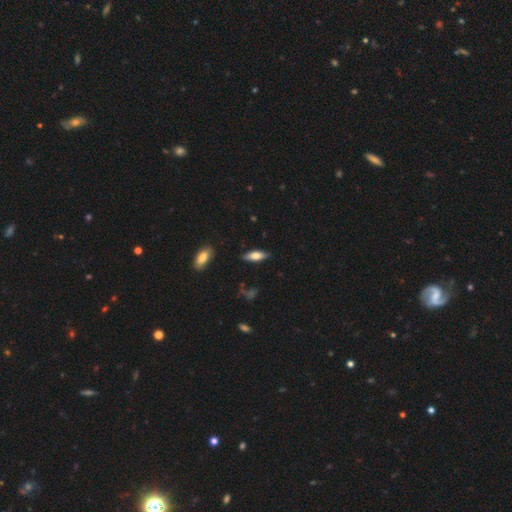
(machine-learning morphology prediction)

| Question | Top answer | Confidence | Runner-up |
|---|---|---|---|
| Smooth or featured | smooth | 67% | featured or disk (26%) |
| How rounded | in between | 65% | cigar-shaped (33%) |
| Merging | none | 86% | minor disturbance (10%) |